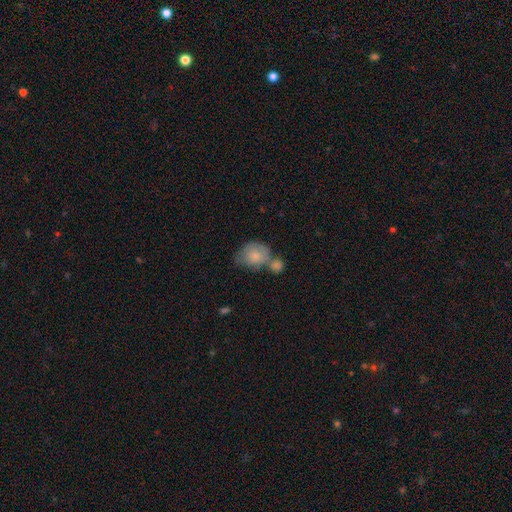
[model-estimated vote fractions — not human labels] Q: Smooth or featured?
A: smooth (77%); runner-up: featured or disk (17%)
Q: How rounded?
A: round (54%); runner-up: in between (45%)
Q: Merging?
A: merger (44%); runner-up: none (30%)